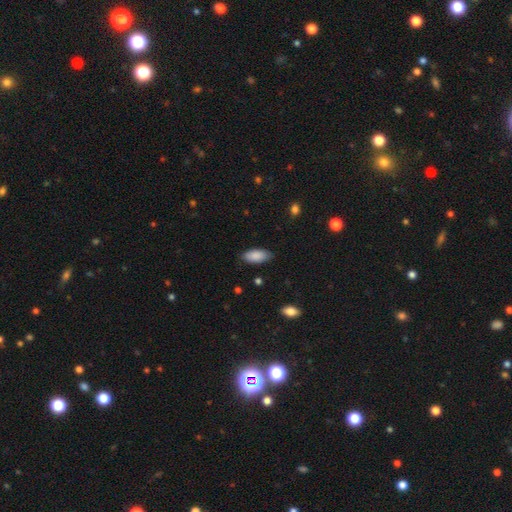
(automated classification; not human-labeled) This is clearly a smooth galaxy (88%). How rounded: clearly in between (87%). Merging: clearly none (84%).